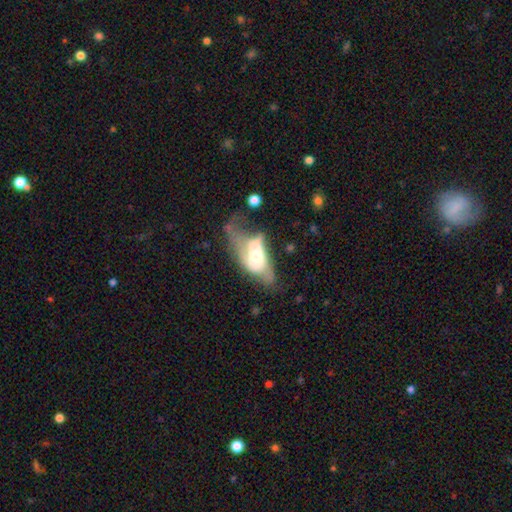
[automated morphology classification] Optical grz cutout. It shows a featured or disk galaxy (49%). Merging: major disturbance (48%).